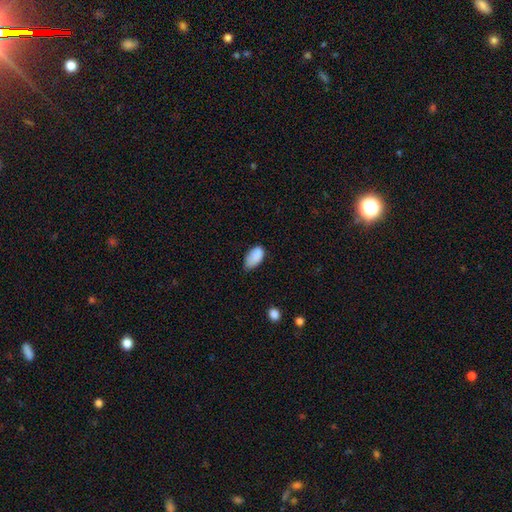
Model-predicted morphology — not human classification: smooth 87%, star or artifact 8%, featured or disk 5%. Down the decision tree: how rounded — in between (94%); merging — none (49%).